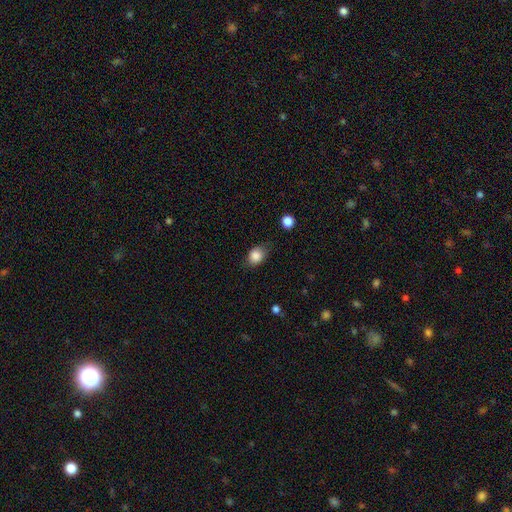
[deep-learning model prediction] smooth-or-featured: smooth: 85% | star or artifact: 9% | featured or disk: 6%
  how-rounded: in between: 62% | round: 37% | cigar-shaped: 1%
  merging: none: 67% | minor disturbance: 25% | major disturbance: 6% | merger: 2%